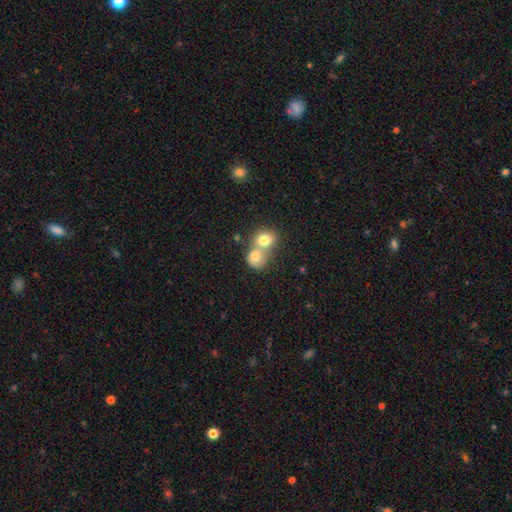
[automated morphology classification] The model was most divided on "how rounded": round: 69%, in between: 30%, cigar-shaped: 1%. More confident: smooth or featured — smooth (73%); merging — merger (67%).